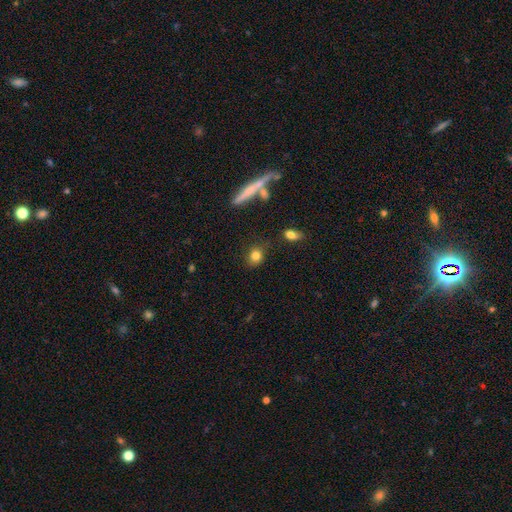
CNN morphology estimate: smooth_or_featured: smooth (p=0.81) [alt: star or artifact p=0.10]
how_rounded: round (p=0.69) [alt: in between p=0.28]
merging: none (p=0.81) [alt: minor disturbance p=0.11]